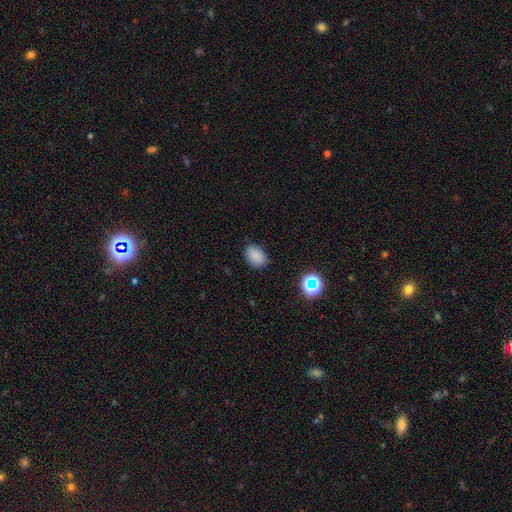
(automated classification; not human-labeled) Smooth or featured: smooth — 83% (star or artifact — 12%)
How rounded: in between — 76% (round — 23%)
Merging: none — 82% (minor disturbance — 13%)